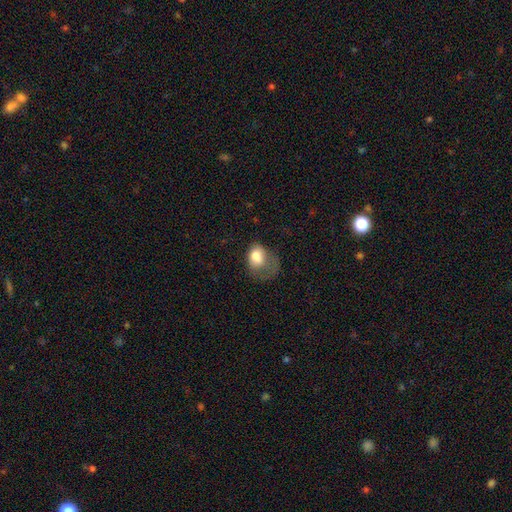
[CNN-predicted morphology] Q: Smooth or featured?
A: smooth (72%); runner-up: featured or disk (19%)
Q: How rounded?
A: in between (67%); runner-up: round (32%)
Q: Merging?
A: major disturbance (58%); runner-up: minor disturbance (23%)